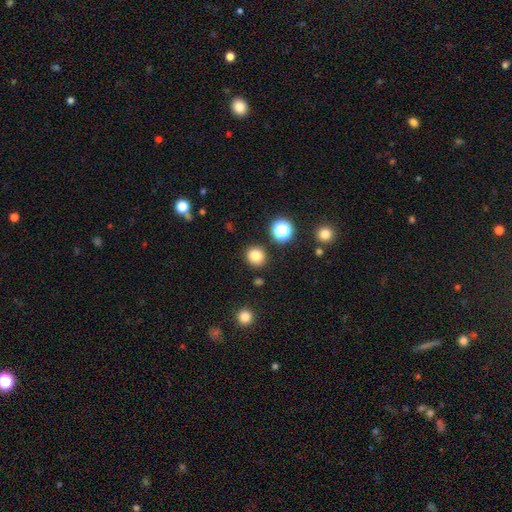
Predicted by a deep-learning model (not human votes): Morphology: type=smooth (81%); roundness=round (88%); merging=none (88%).